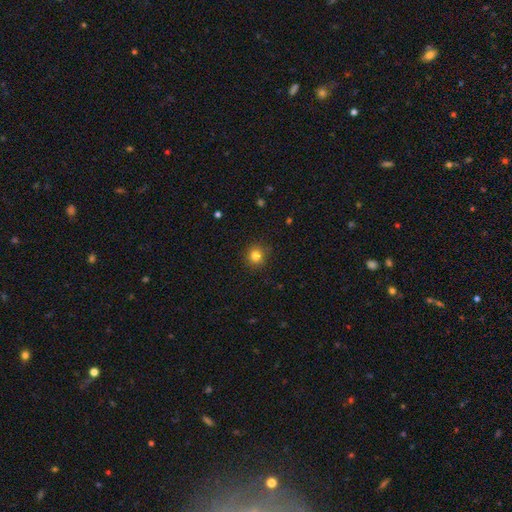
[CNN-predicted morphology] smooth-or-featured: smooth: 82% | star or artifact: 13% | featured or disk: 6%
  how-rounded: round: 91% | in between: 8% | cigar-shaped: 1%
  merging: none: 89% | minor disturbance: 8% | major disturbance: 2% | merger: 1%